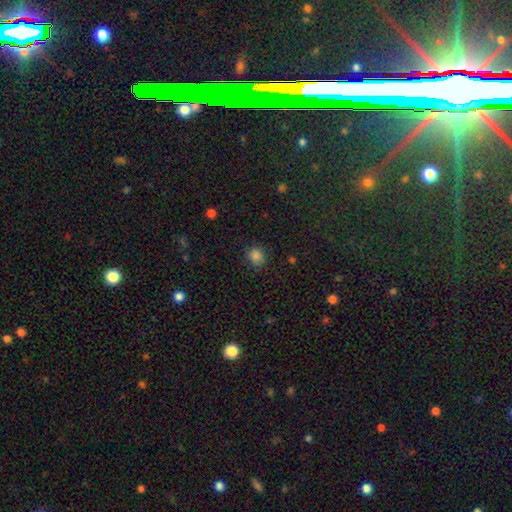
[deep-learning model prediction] A smooth galaxy with no disk features (84%) that is round (75%).

Vote fractions:
- Smooth or featured? smooth: 84% / star or artifact: 12% / featured or disk: 4%
- How rounded? round: 75% / in between: 24% / cigar-shaped: 1%
- Merging? none: 82% / minor disturbance: 13% / major disturbance: 4% / merger: 1%